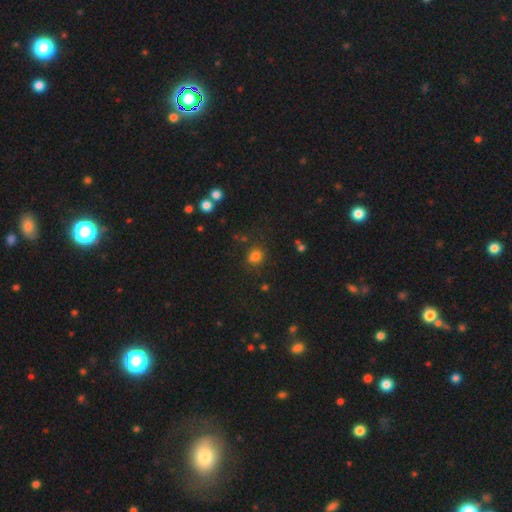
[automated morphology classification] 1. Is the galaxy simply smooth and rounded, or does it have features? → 76% smooth, 18% star or artifact, 7% featured or disk.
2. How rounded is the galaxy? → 73% round, 26% in between, 1% cigar-shaped.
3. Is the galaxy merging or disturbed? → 75% none, 14% minor disturbance, 6% merger, 5% major disturbance.